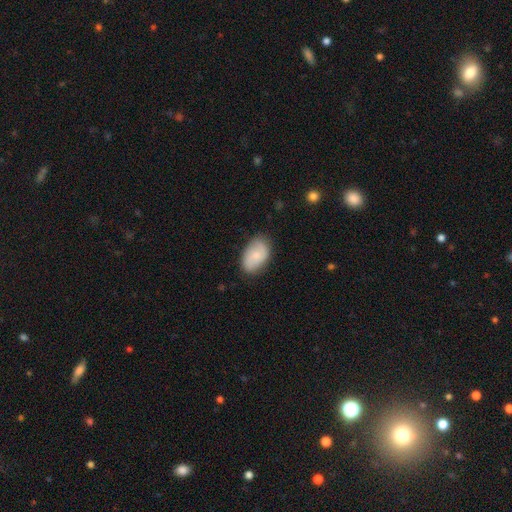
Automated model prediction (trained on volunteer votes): Q: Smooth or featured?
A: smooth (69%); runner-up: featured or disk (25%)
Q: How rounded?
A: in between (92%); runner-up: round (6%)
Q: Merging?
A: none (79%); runner-up: minor disturbance (17%)